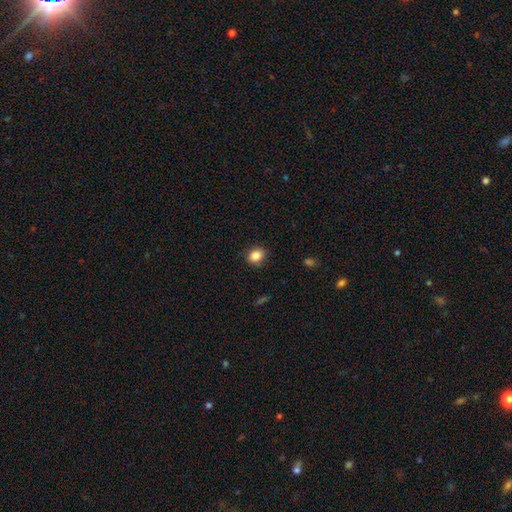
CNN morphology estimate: smooth-or-featured: smooth: 86% | star or artifact: 10% | featured or disk: 5%
  how-rounded: round: 63% | in between: 36% | cigar-shaped: 1%
  merging: none: 87% | minor disturbance: 10% | major disturbance: 2% | merger: 1%